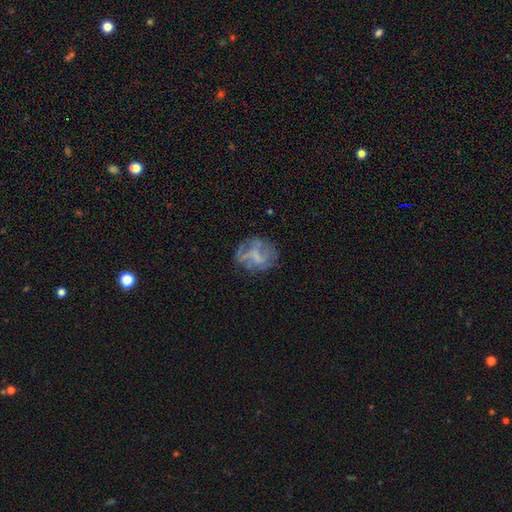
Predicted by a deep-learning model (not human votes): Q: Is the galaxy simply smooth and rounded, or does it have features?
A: featured or disk — 56%.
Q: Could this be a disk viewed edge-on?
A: no — 97%.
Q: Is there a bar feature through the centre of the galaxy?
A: no — 58%.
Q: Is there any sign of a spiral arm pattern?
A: no — 62%.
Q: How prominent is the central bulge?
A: none — 61%.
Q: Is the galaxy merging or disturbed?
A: none — 59%.